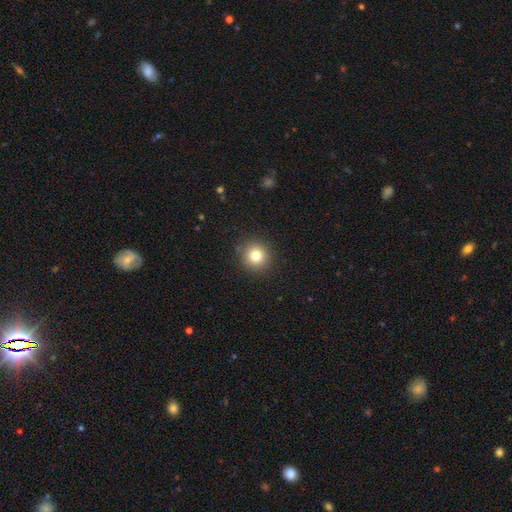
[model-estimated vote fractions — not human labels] A smooth galaxy with no disk features (79%) that is round (92%).

Vote fractions:
- Smooth or featured? smooth: 79% / star or artifact: 12% / featured or disk: 9%
- How rounded? round: 92% / in between: 7% / cigar-shaped: 1%
- Merging? none: 90% / minor disturbance: 7% / major disturbance: 2% / merger: 1%